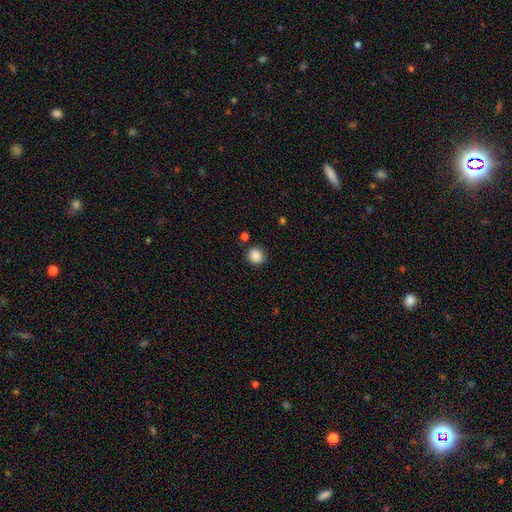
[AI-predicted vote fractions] Smooth or featured: smooth — 87% (star or artifact — 10%)
How rounded: round — 89% (in between — 10%)
Merging: none — 86% (minor disturbance — 8%)